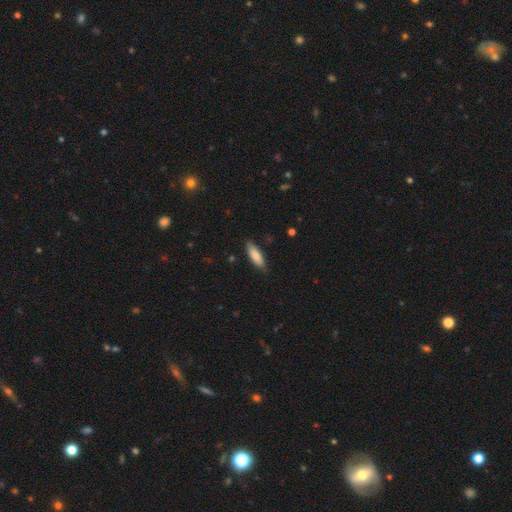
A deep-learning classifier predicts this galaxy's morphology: Overall: smooth (82%). How rounded: in between (55%; cigar-shaped 43%). Merging: none (83%).